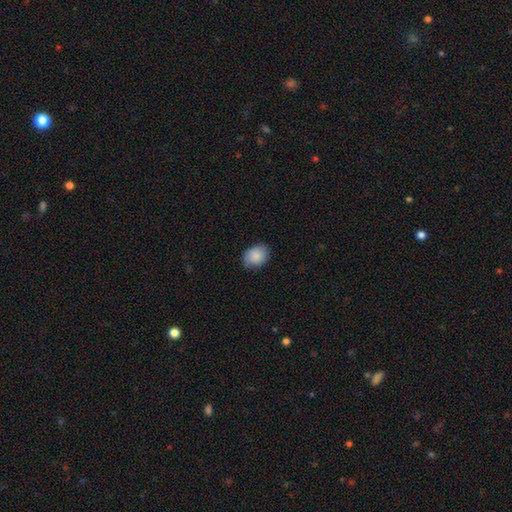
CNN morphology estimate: smooth_or_featured: smooth (p=0.87) [alt: star or artifact p=0.07]
how_rounded: in between (p=0.65) [alt: round p=0.34]
merging: none (p=0.79) [alt: minor disturbance p=0.17]